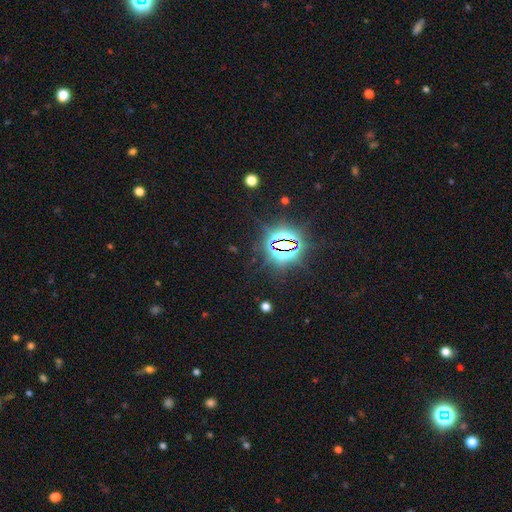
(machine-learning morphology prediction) star or artifact 83%, smooth 11%, featured or disk 6%.